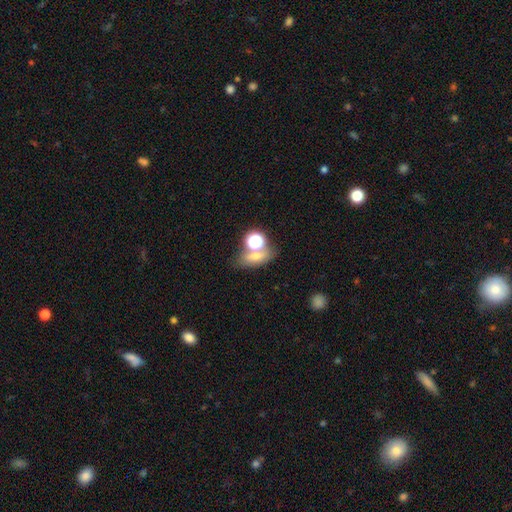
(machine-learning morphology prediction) smooth 54%, star or artifact 29%, featured or disk 17%. Down the decision tree: how rounded — in between (53%); merging — none (57%).